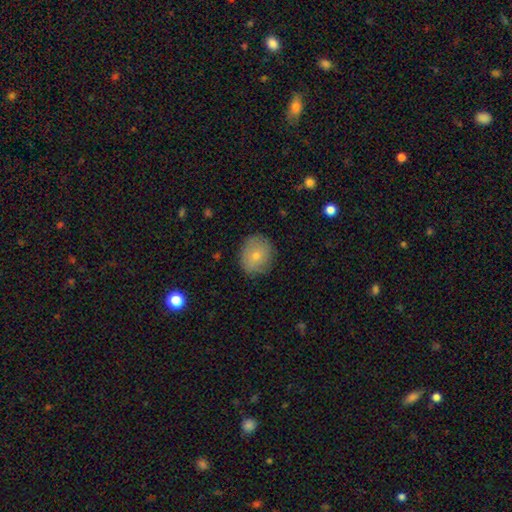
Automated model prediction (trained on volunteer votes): Overall: smooth (74%). How rounded: round (66%; in between 33%). Merging: none (83%).